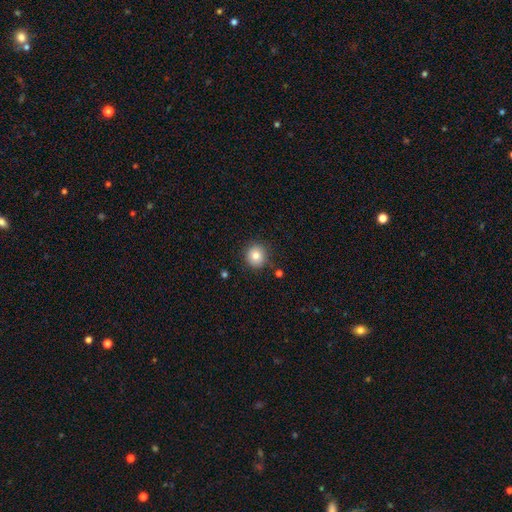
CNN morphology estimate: Smooth or featured? smooth (81%)
How rounded? round (89%)
Merging? none (85%)